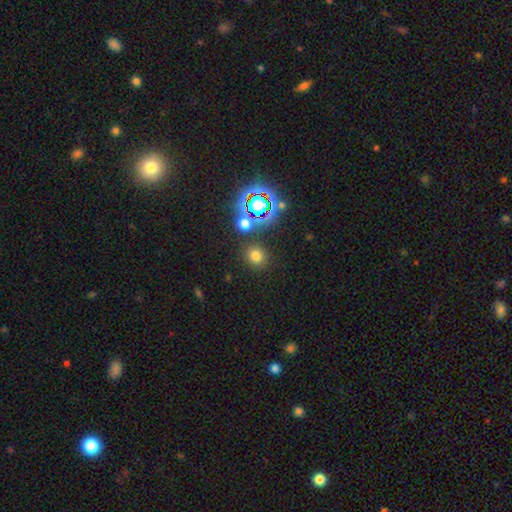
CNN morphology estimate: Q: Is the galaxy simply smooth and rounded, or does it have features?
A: smooth — 70%.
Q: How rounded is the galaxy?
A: round — 78%.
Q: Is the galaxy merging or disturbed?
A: none — 85%.